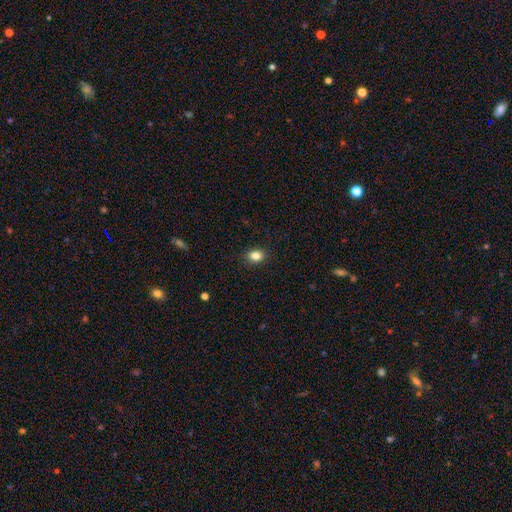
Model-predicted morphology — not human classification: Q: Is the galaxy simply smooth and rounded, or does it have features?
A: smooth — 84%.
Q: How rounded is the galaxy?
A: in between — 57%.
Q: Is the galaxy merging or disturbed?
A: none — 90%.